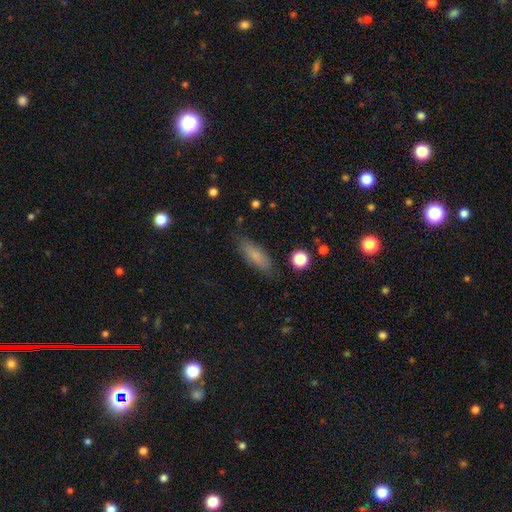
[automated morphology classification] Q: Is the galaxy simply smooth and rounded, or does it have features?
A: smooth — 77%.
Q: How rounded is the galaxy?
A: in between — 53%.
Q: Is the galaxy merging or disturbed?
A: none — 81%.